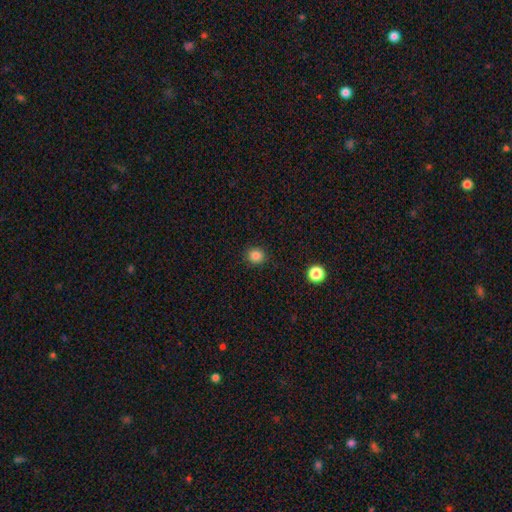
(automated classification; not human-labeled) smooth 84%, star or artifact 12%, featured or disk 4%. Down the decision tree: how rounded — round (90%); merging — none (91%).